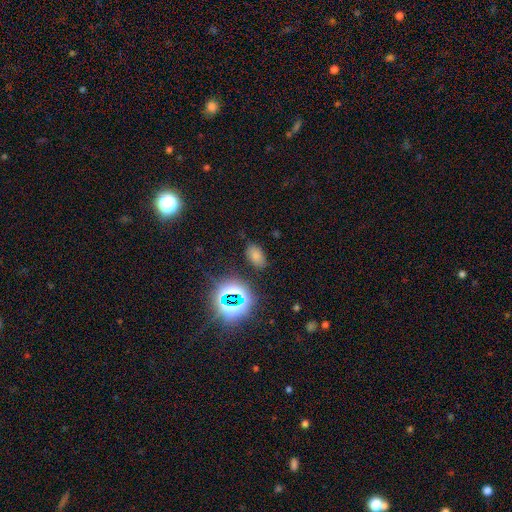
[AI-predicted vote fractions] Q: Smooth or featured?
A: smooth (65%); runner-up: star or artifact (27%)
Q: How rounded?
A: in between (90%); runner-up: round (8%)
Q: Merging?
A: none (81%); runner-up: minor disturbance (12%)